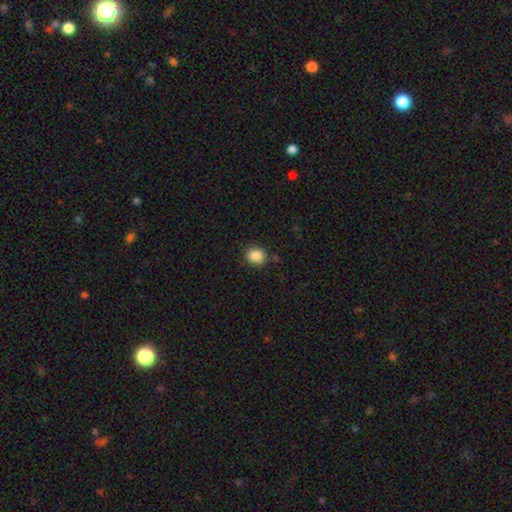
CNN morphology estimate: This appears to be a smooth galaxy with no disk features (87%) that is round (80%). Merging: none (83%).